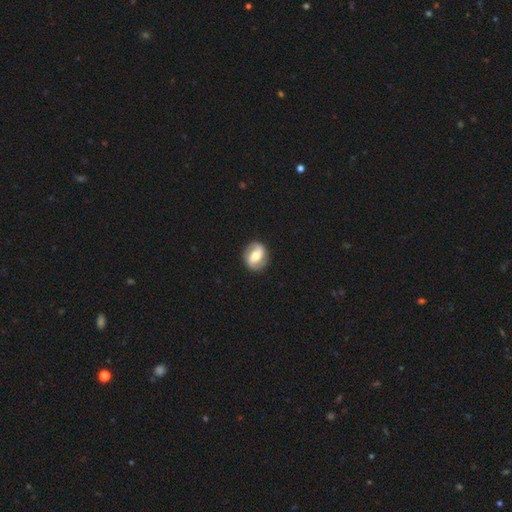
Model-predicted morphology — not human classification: This appears to be a featured or disk galaxy (67%) with a strong bar (38%), 2 (90%) medium (42%) spiral arms (84%) and a moderate central bulge (67%). Merging: none (87%).